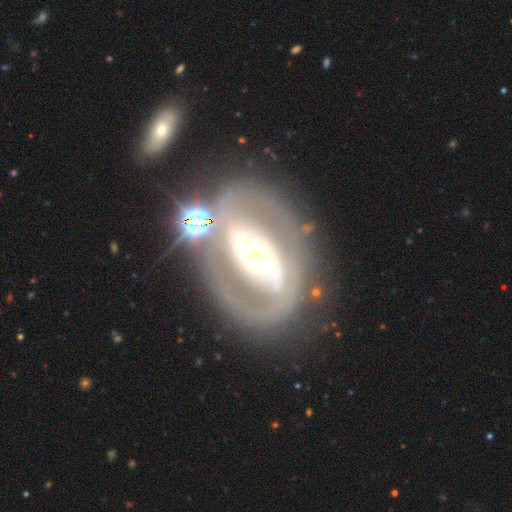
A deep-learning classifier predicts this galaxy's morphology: This is clearly a featured or disk galaxy (82%). It is clearly not viewed edge-on (95%). Bar: marginally strong (42%). Spiral arm pattern: likely yes (74%). Spiral arm count: likely 2 (75%). Spiral winding: marginally tight (42%). Central bulge: possibly small (46%). Merging: likely none (66%).